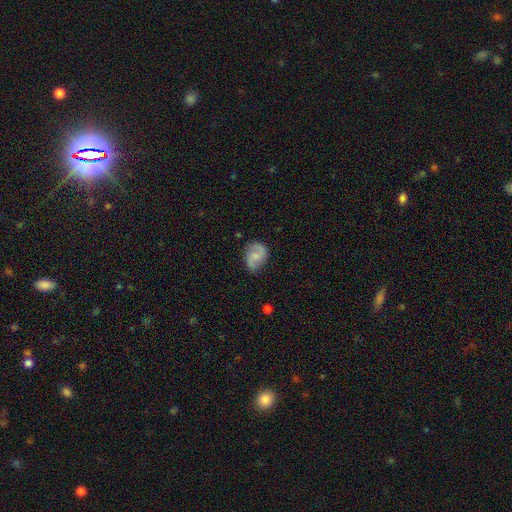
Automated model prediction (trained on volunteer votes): This appears to be a featured or disk galaxy (58%) with no bar (51%), 2 (87%) medium (45%) spiral arms (91%) and a small central bulge (44%). Merging: none (69%).